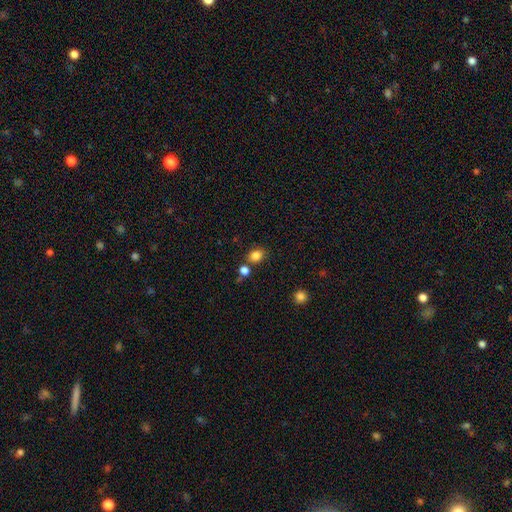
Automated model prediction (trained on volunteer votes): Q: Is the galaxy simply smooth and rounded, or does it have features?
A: smooth — 83%.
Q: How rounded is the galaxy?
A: round — 50%.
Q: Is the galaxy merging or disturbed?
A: none — 73%.